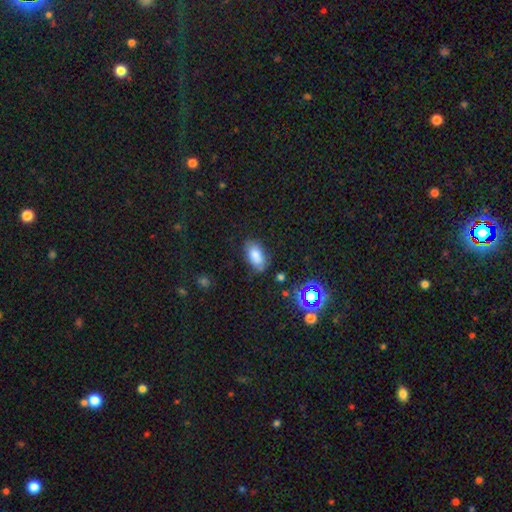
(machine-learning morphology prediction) Overall: smooth (76%). How rounded: in between (93%). Merging: none (71%).